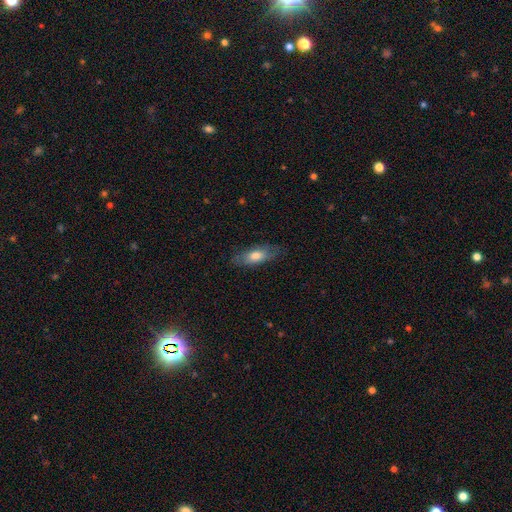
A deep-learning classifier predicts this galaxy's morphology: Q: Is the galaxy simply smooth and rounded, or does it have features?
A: smooth — 69%.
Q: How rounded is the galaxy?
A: in between — 70%.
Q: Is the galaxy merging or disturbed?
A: none — 79%.